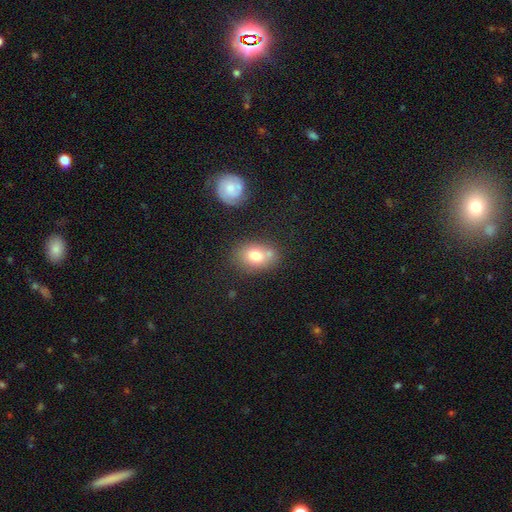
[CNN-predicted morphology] Q: Smooth or featured?
A: smooth (74%); runner-up: featured or disk (17%)
Q: How rounded?
A: in between (68%); runner-up: round (31%)
Q: Merging?
A: none (58%); runner-up: merger (19%)